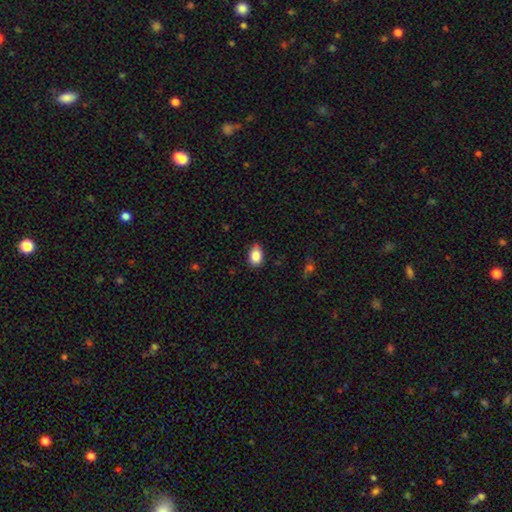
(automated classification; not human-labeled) This appears to be a smooth galaxy with no disk features (87%) that is in between round and cigar-shaped (80%). Merging: none (75%).